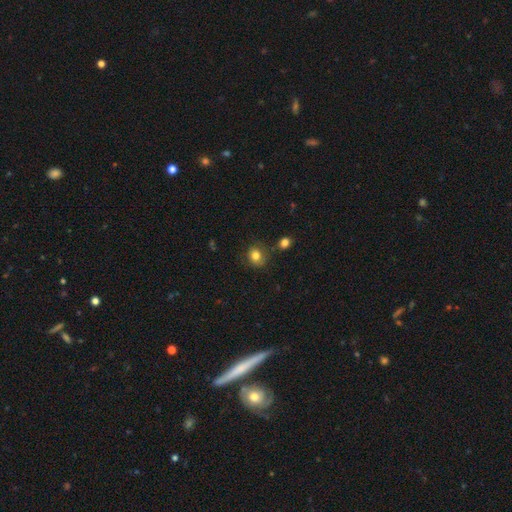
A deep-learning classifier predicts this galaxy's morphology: type=smooth (82%); roundness=round (70%); merging=none (76%).